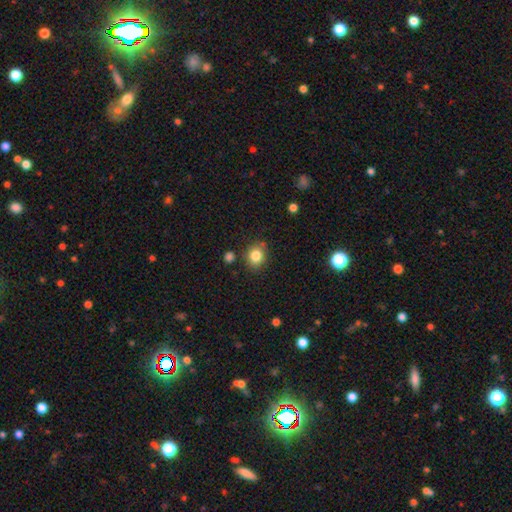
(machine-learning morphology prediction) This is clearly a smooth galaxy (83%). How rounded: likely round (71%). Merging: likely none (80%).